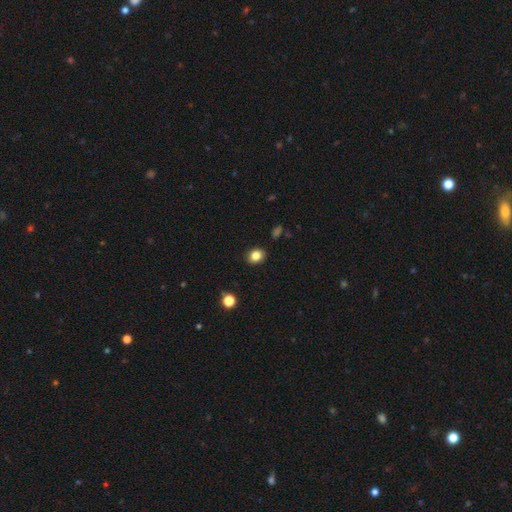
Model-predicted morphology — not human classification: A smooth galaxy with no disk features (83%) that is round (50%). Merging: none (89%).